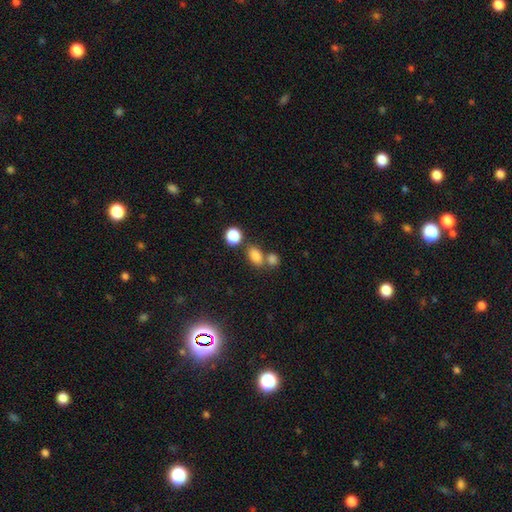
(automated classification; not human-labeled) Smooth or featured: smooth — 81% (star or artifact — 12%)
How rounded: in between — 79% (round — 19%)
Merging: none — 55% (merger — 29%)